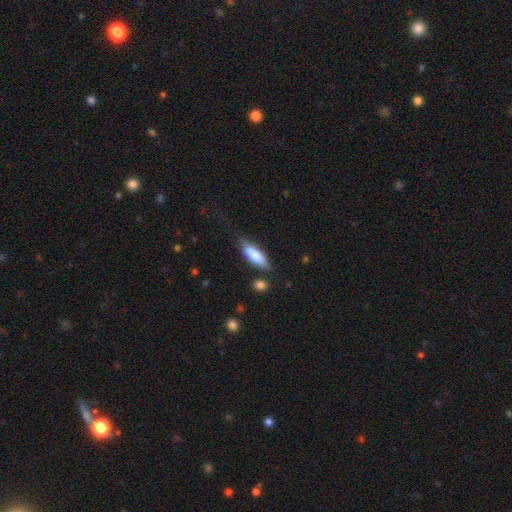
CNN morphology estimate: Smooth or featured: smooth — 74% (featured or disk — 21%)
How rounded: in between — 50% (cigar-shaped — 48%)
Merging: none — 69% (minor disturbance — 21%)